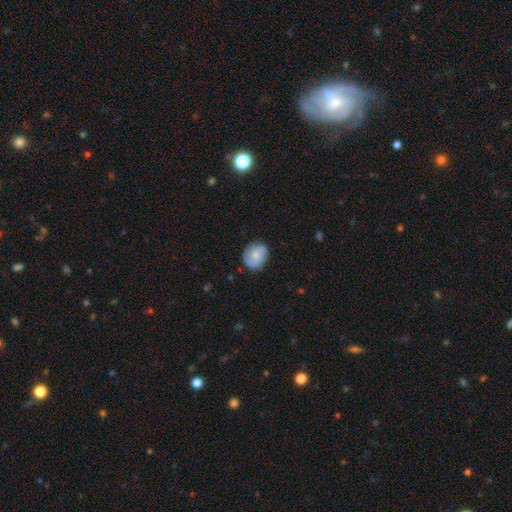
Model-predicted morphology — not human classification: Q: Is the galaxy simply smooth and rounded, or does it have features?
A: smooth — 61%.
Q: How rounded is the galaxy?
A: round — 70%.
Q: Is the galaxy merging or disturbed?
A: none — 77%.